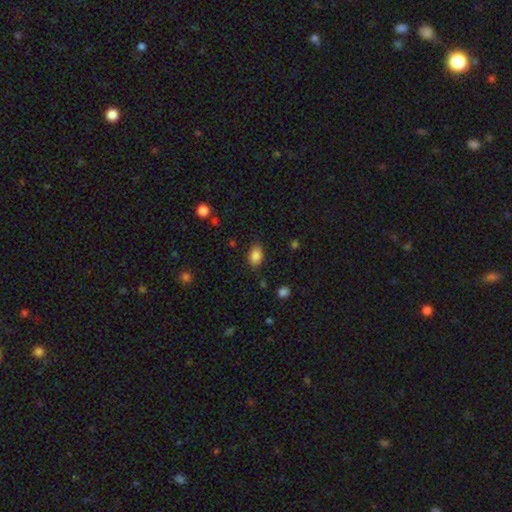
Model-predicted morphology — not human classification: This appears to be a smooth galaxy with no disk features (86%) that is in between round and cigar-shaped (84%). Merging: none (79%).